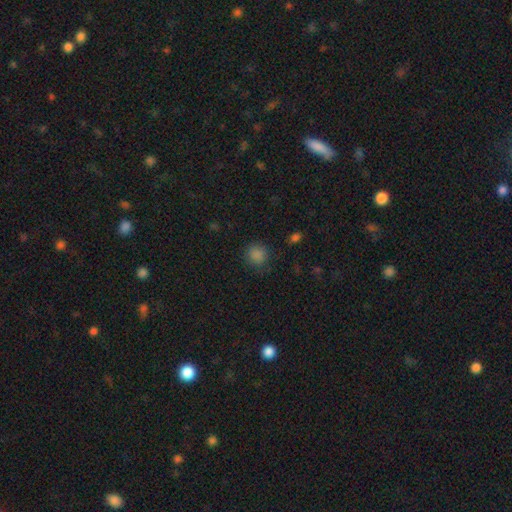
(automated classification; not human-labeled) A smooth galaxy with no disk features (79%) that is round (88%).

Vote fractions:
- Smooth or featured? smooth: 79% / star or artifact: 17% / featured or disk: 4%
- How rounded? round: 88% / in between: 11% / cigar-shaped: 1%
- Merging? none: 83% / minor disturbance: 12% / major disturbance: 4% / merger: 1%